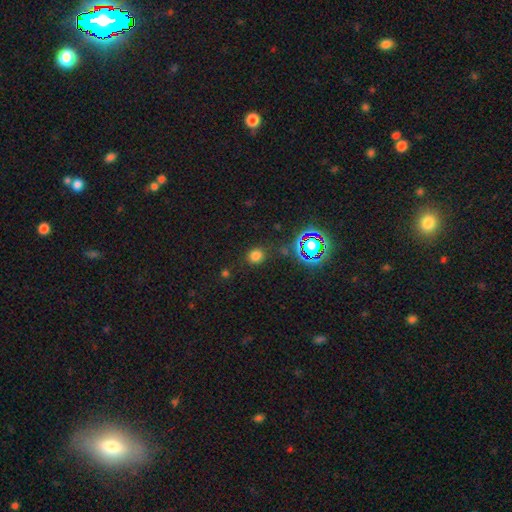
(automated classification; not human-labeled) Smooth or featured: smooth — 73% (star or artifact — 22%)
How rounded: round — 83% (in between — 16%)
Merging: none — 85% (minor disturbance — 9%)